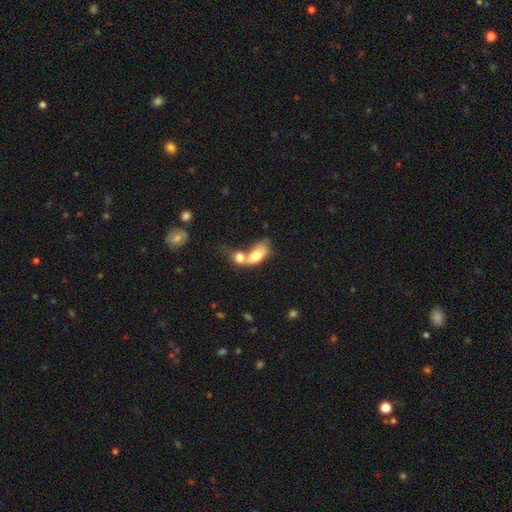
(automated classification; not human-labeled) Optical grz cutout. It shows a smooth galaxy with no disk features (71%) that is in between round and cigar-shaped (86%). Merging: merger (77%).